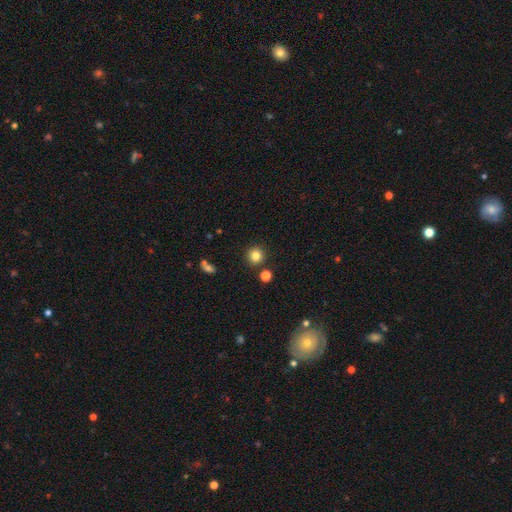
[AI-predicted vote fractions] This is clearly a smooth galaxy (83%). How rounded: clearly round (94%). Merging: clearly none (87%).